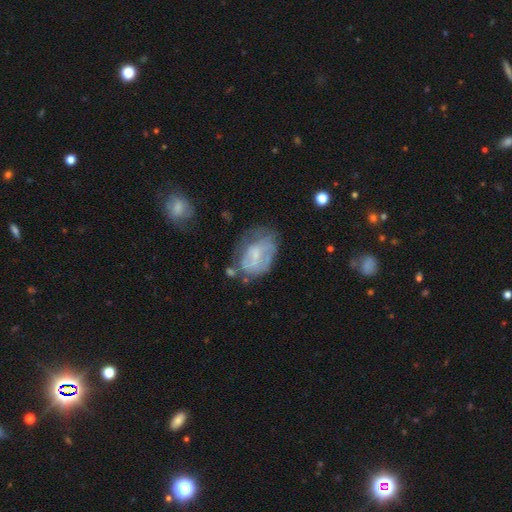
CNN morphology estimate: featured or disk 55%, smooth 36%, star or artifact 9%. Down the decision tree: edge-on disk — no (96%); bar — no (49%); spiral arms — no (53%); bulge size — small (52%); merging — none (38%).